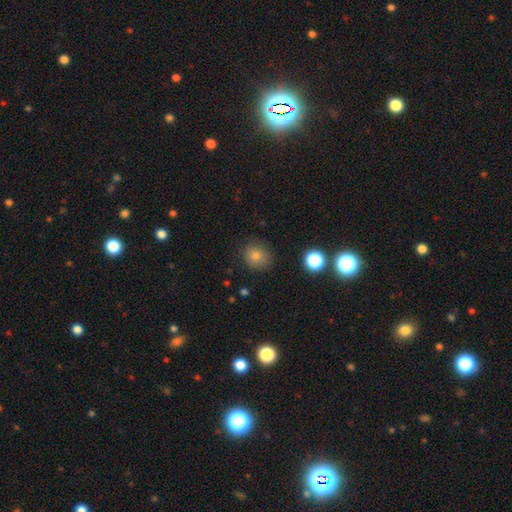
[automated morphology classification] smooth-or-featured: smooth: 76% | star or artifact: 16% | featured or disk: 7%
  how-rounded: round: 86% | in between: 13% | cigar-shaped: 1%
  merging: none: 86% | minor disturbance: 9% | major disturbance: 3% | merger: 2%